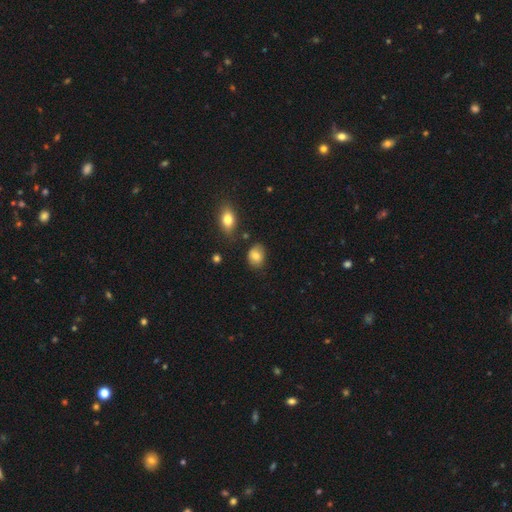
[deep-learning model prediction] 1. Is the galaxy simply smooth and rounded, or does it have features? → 81% smooth, 10% featured or disk, 9% star or artifact.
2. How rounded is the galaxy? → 58% in between, 41% round, 1% cigar-shaped.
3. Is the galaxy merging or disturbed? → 76% none, 17% minor disturbance, 4% major disturbance, 3% merger.